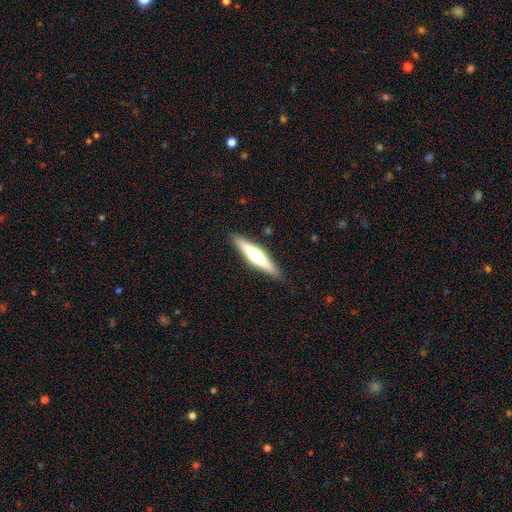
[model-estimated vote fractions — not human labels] Smooth or featured: featured or disk — 50% (smooth — 45%)
Merging: none — 90% (minor disturbance — 8%)